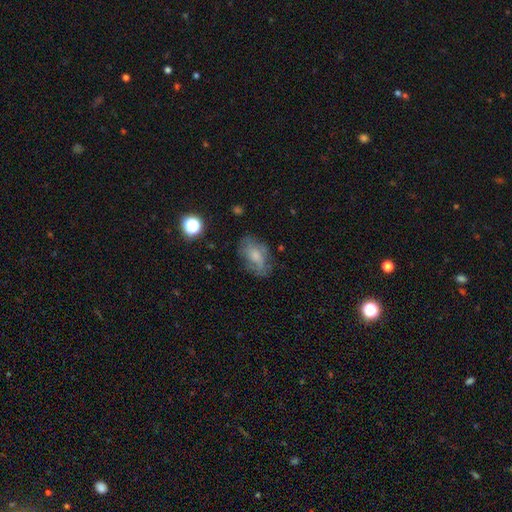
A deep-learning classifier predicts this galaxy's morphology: This is possibly a smooth galaxy (49%). Merging: possibly none (58%).